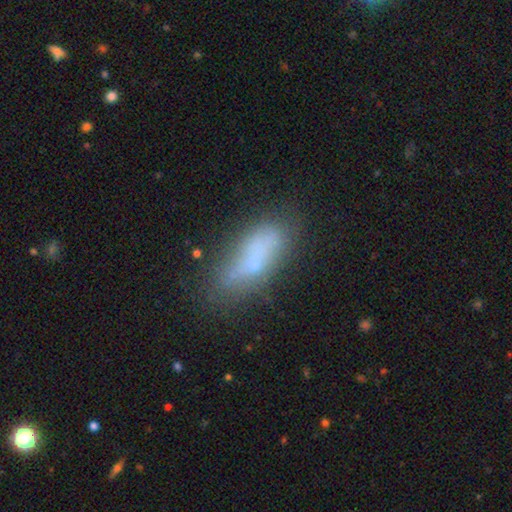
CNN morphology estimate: A smooth galaxy with no disk features (53%) that is in between round and cigar-shaped (63%). Merging: none (51%).